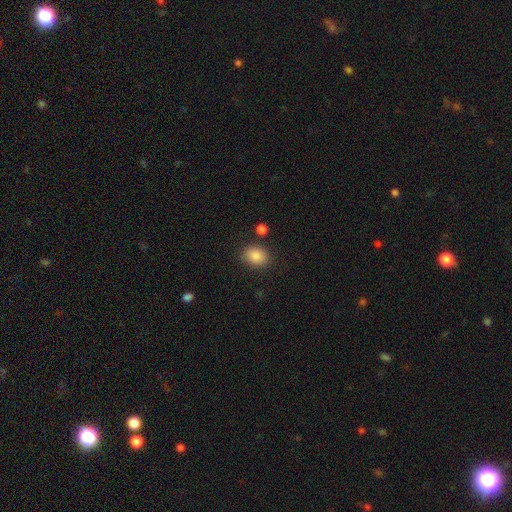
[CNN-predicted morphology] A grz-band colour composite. It shows a smooth galaxy with no disk features (87%) that is in between round and cigar-shaped (59%). Merging: none (84%).